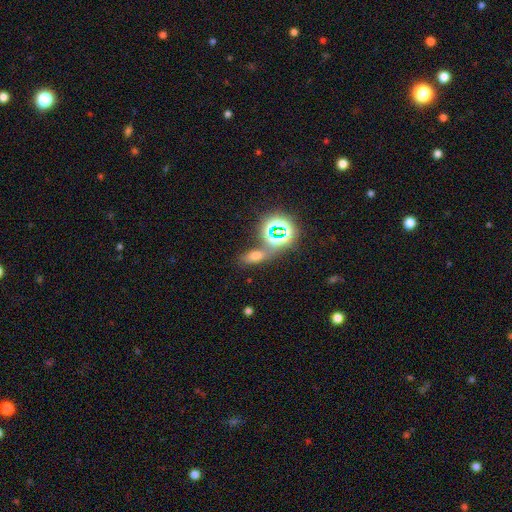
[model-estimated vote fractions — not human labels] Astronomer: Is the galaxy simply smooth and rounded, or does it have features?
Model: smooth — 54% (runner-up: star or artifact, 34%).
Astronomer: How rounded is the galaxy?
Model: in between — 71%.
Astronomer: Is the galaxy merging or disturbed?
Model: none — 61%.